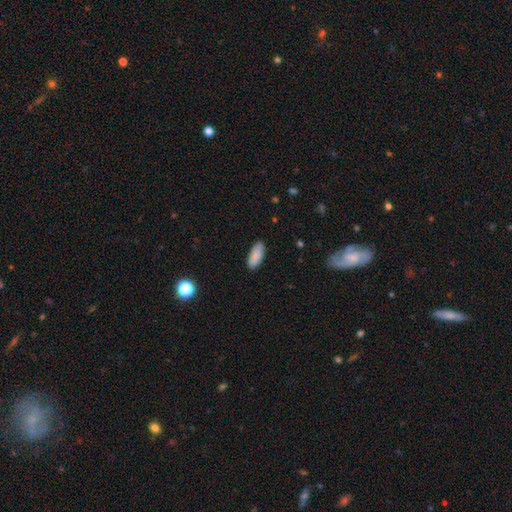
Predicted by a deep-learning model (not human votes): Smooth or featured? Predicted: smooth (p=0.86). How rounded? Predicted: in between (p=0.81). Merging? Predicted: none (p=0.86).